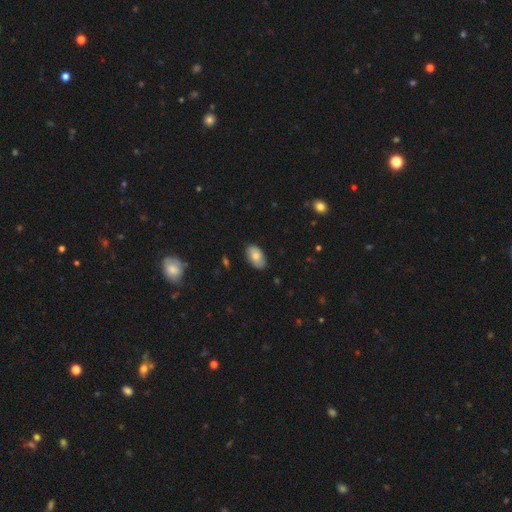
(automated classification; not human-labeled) This is likely a smooth galaxy (77%). How rounded: clearly in between (94%). Merging: clearly none (83%).